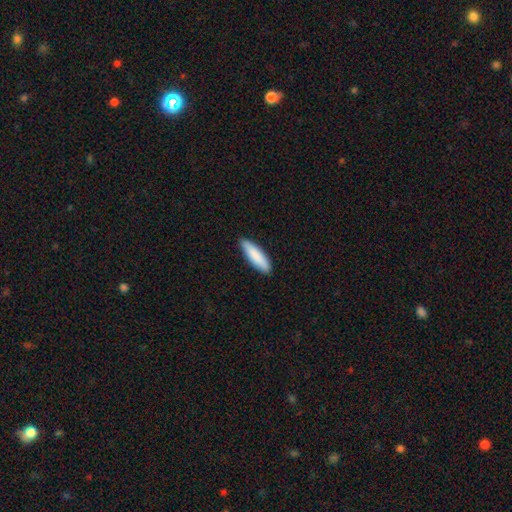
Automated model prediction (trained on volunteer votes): This is clearly a smooth galaxy (87%). How rounded: likely cigar-shaped (64%). Merging: clearly none (87%).